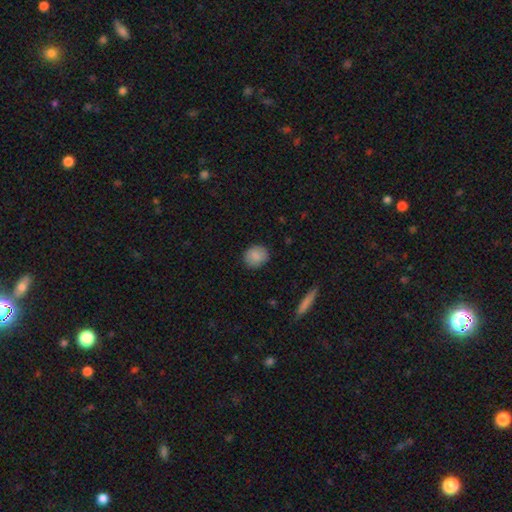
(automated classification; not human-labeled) The model was most divided on "how rounded": round: 78%, in between: 21%, cigar-shaped: 1%. More confident: merging — none (86%); smooth or featured — smooth (86%).